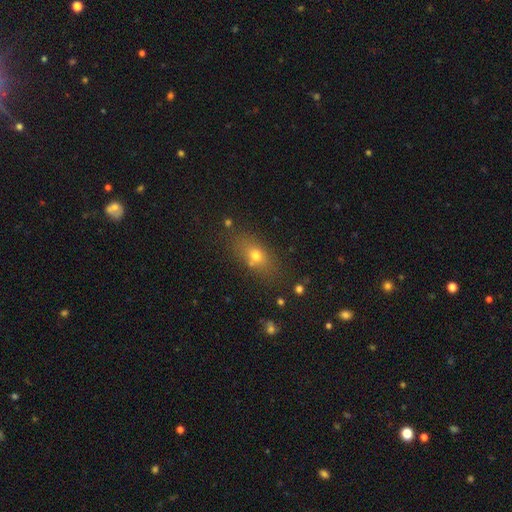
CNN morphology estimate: Overall: smooth (68%). How rounded: in between (67%). Merging: none (73%).